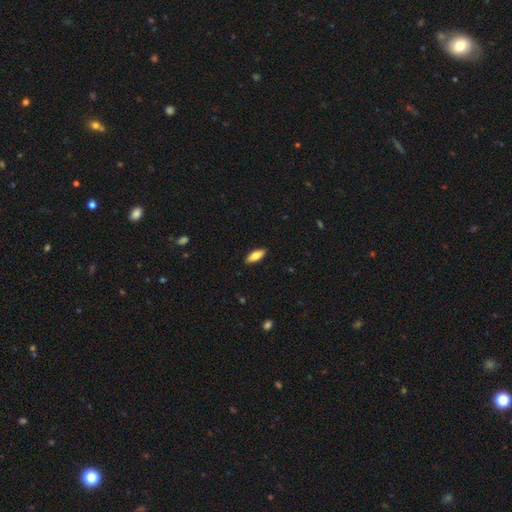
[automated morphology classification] The model was most divided on "how rounded": in between: 72%, cigar-shaped: 26%, round: 2%. More confident: merging — none (89%); smooth or featured — smooth (74%).